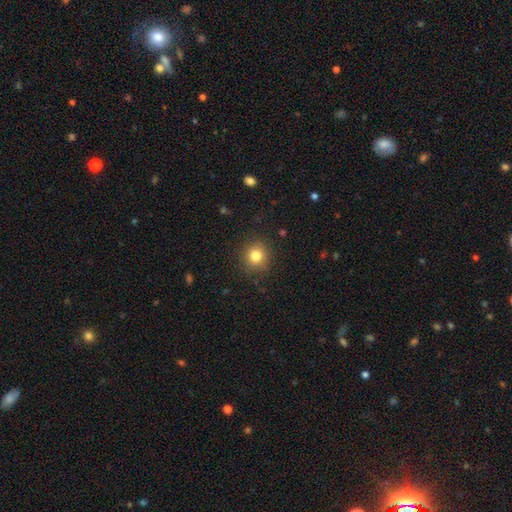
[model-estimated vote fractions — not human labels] smooth 81%, star or artifact 12%, featured or disk 7%. Down the decision tree: how rounded — round (91%); merging — none (88%).